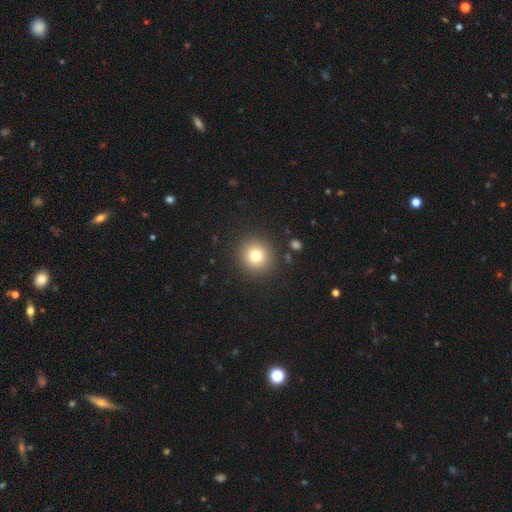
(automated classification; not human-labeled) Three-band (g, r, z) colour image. It shows a smooth galaxy with no disk features (79%) that is round (92%). Merging: none (89%).